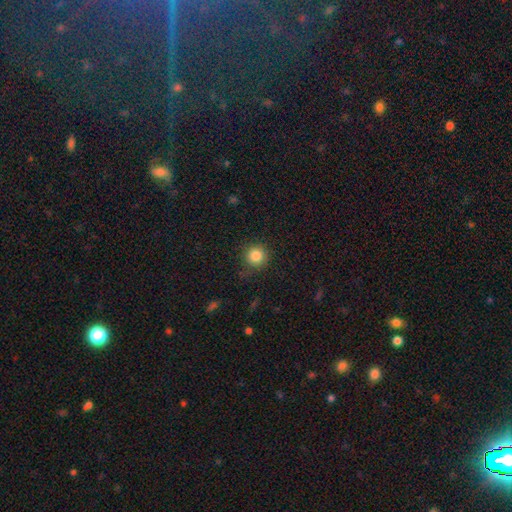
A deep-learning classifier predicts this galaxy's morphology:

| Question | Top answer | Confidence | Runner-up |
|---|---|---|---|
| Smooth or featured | smooth | 85% | star or artifact (11%) |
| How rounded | round | 93% | in between (6%) |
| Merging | none | 81% | minor disturbance (13%) |